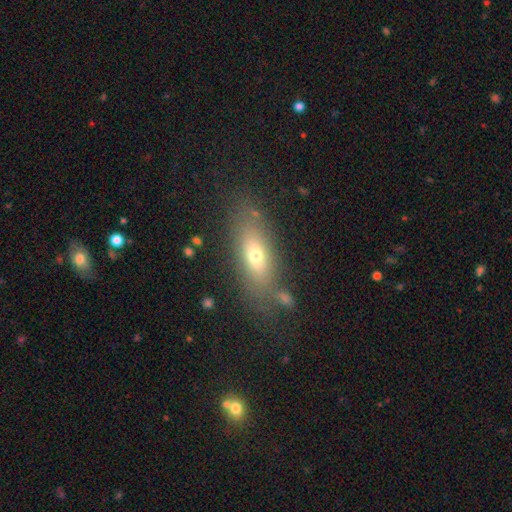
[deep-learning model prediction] This appears to be a smooth galaxy with no disk features (63%) that is in between round and cigar-shaped (64%). Merging: none (74%).